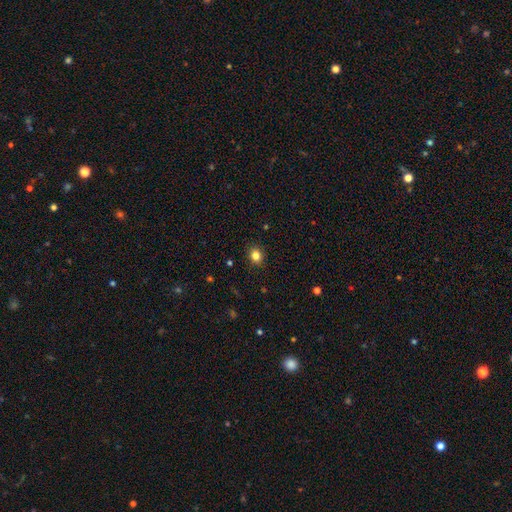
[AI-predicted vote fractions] smooth_or_featured: smooth (p=0.83) [alt: star or artifact p=0.12]
how_rounded: round (p=0.64) [alt: in between p=0.35]
merging: none (p=0.90) [alt: minor disturbance p=0.07]